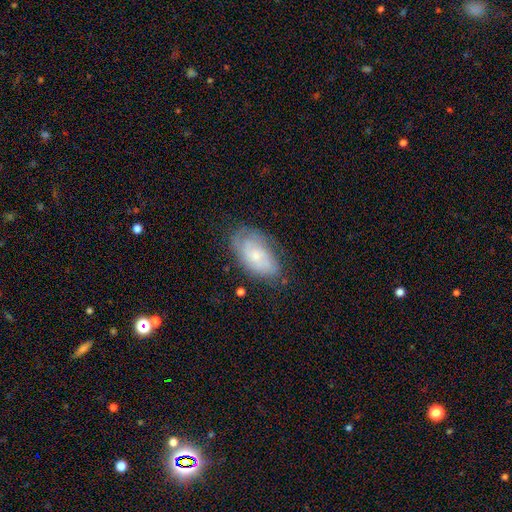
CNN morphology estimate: A featured or disk galaxy (48%).

Vote fractions:
- Smooth or featured? featured or disk: 48% / smooth: 44% / star or artifact: 8%
- Merging? none: 66% / minor disturbance: 24% / major disturbance: 8% / merger: 2%